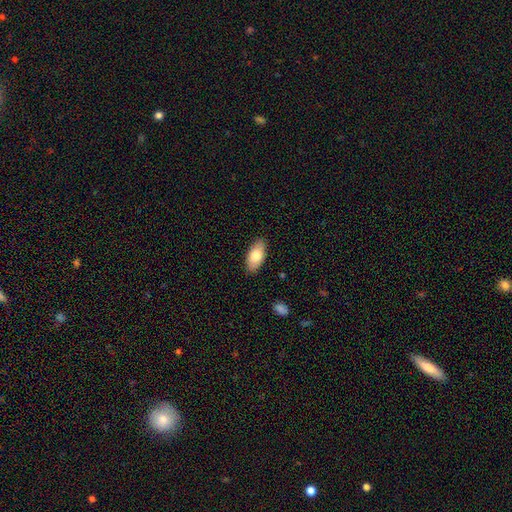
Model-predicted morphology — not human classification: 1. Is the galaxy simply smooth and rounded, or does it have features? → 78% smooth, 16% featured or disk, 6% star or artifact.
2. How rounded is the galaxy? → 91% in between, 6% cigar-shaped, 2% round.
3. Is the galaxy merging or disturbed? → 87% none, 10% minor disturbance, 2% major disturbance, 1% merger.